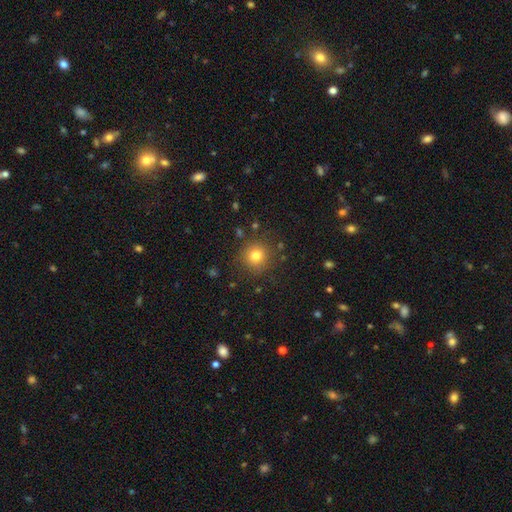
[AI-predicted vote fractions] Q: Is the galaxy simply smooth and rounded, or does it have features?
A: smooth — 78%.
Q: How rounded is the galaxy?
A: round — 92%.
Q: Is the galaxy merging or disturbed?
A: none — 86%.